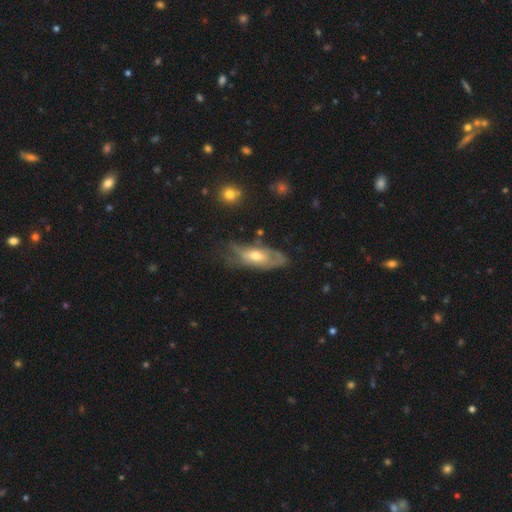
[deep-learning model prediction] smooth-or-featured: featured or disk: 57% | smooth: 37% | star or artifact: 7%
  disk-edge-on: no: 78% | yes: 22%
  merging: none: 42% | minor disturbance: 32% | major disturbance: 22% | merger: 4%